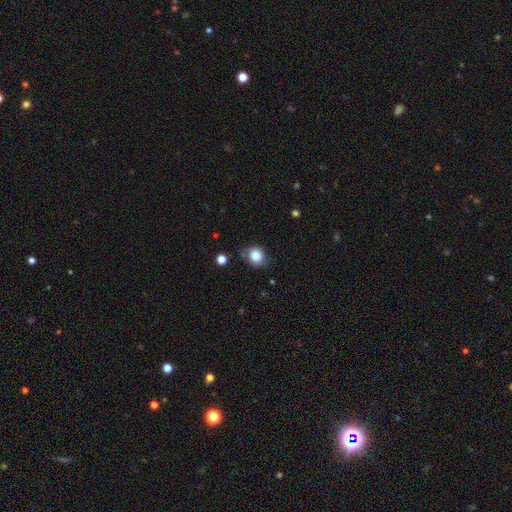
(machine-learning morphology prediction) This is clearly a smooth galaxy (85%). How rounded: likely round (71%). Merging: likely none (69%).